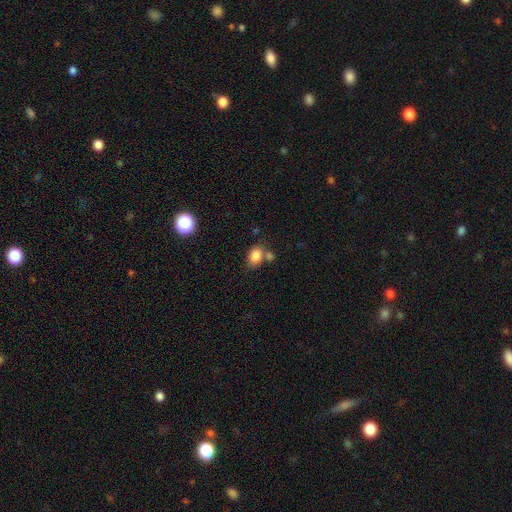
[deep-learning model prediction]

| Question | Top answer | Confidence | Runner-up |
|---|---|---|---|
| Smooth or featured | smooth | 83% | star or artifact (10%) |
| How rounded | in between | 72% | round (27%) |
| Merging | none | 56% | merger (25%) |